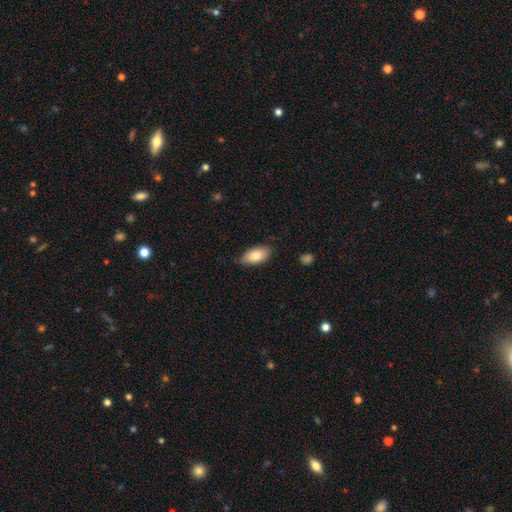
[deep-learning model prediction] Smooth or featured?
  - smooth: 83% *
  - featured or disk: 11%
  - star or artifact: 6%
How rounded?
  - in between: 92% *
  - cigar-shaped: 5%
  - round: 3%
Merging?
  - none: 78% *
  - minor disturbance: 18%
  - major disturbance: 3%
  - merger: 1%